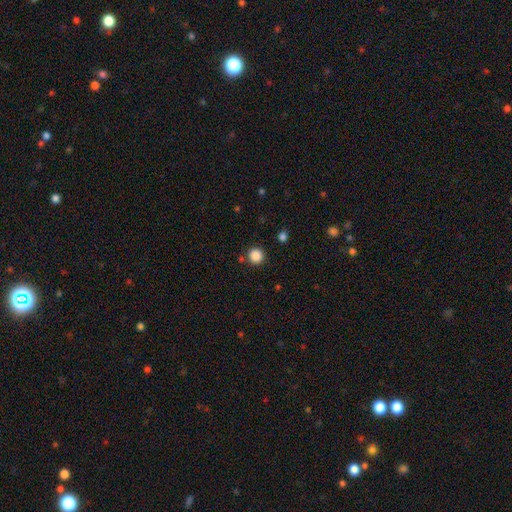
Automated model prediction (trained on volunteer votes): A smooth galaxy with no disk features (87%) that is round (94%).

Vote fractions:
- Smooth or featured? smooth: 87% / star or artifact: 10% / featured or disk: 3%
- How rounded? round: 94% / in between: 5% / cigar-shaped: 1%
- Merging? none: 87% / minor disturbance: 7% / merger: 3% / major disturbance: 3%